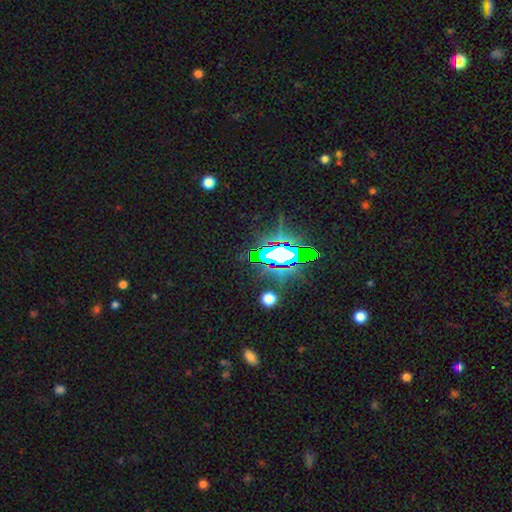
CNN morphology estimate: Smooth or featured? Predicted: star or artifact (p=0.76).